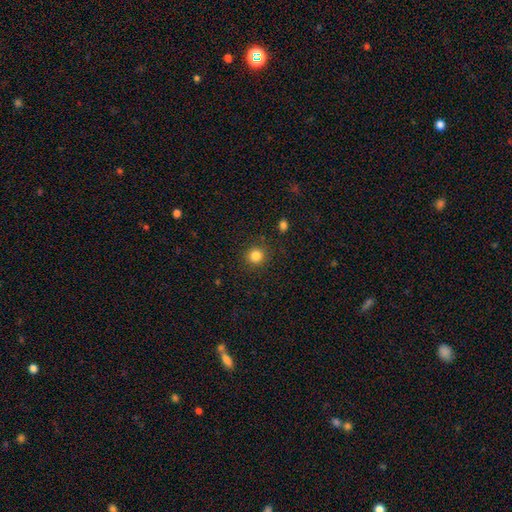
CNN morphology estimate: The model was most divided on "smooth or featured": smooth: 83%, star or artifact: 12%, featured or disk: 4%. More confident: how rounded — round (92%); merging — none (89%).